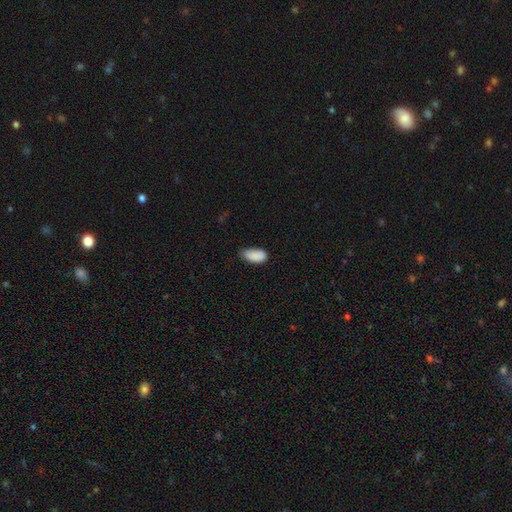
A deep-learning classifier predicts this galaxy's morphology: Smooth or featured? Predicted: smooth (p=0.89). How rounded? Predicted: in between (p=0.93). Merging? Predicted: none (p=0.63).